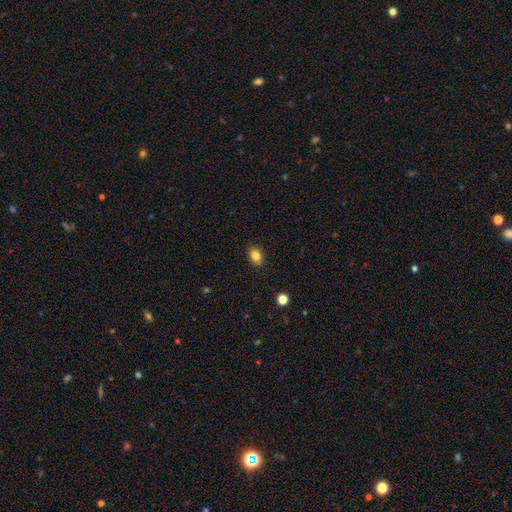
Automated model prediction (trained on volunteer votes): A smooth galaxy with no disk features (84%) that is in between round and cigar-shaped (76%).

Vote fractions:
- Smooth or featured? smooth: 84% / star or artifact: 10% / featured or disk: 6%
- How rounded? in between: 76% / round: 23% / cigar-shaped: 1%
- Merging? none: 89% / minor disturbance: 8% / major disturbance: 2% / merger: 1%